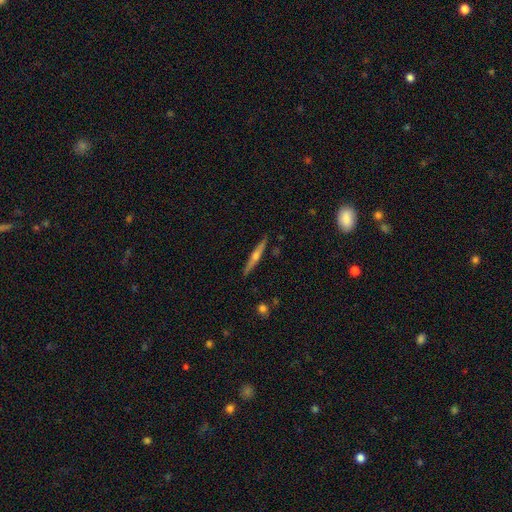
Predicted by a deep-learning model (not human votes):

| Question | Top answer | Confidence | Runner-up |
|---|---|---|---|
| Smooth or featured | featured or disk | 64% | smooth (30%) |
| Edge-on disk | yes | 97% | no (3%) |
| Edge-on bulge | rounded | 84% | none (11%) |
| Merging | none | 89% | minor disturbance (8%) |